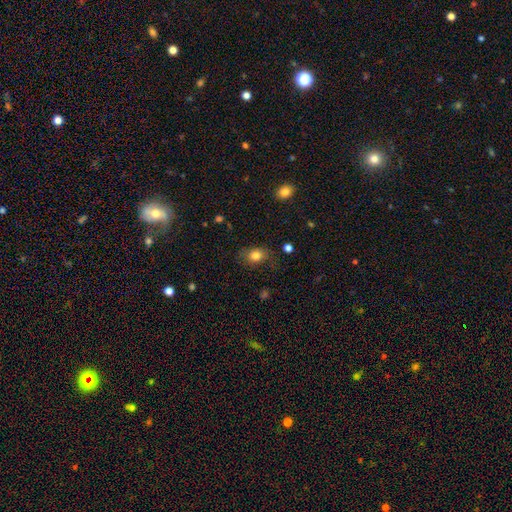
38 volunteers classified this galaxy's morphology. A smooth galaxy with no disk features (87%) that is in between round and cigar-shaped (64%).

Vote fractions:
- Smooth or featured? smooth: 87% / star or artifact: 8% / featured or disk: 5%
- How rounded? in between: 64% / round: 36% / cigar-shaped: 0%
- Merging? none: 77% / minor disturbance: 23% / major disturbance: 0% / merger: 0%